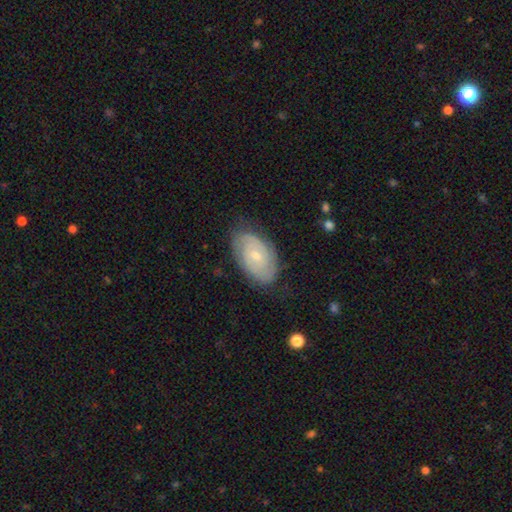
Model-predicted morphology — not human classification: A featured or disk galaxy (67%) with no bar (57%), 2 (55%) tight (64%) spiral arms (86%) and a small central bulge (60%). Merging: none (75%).